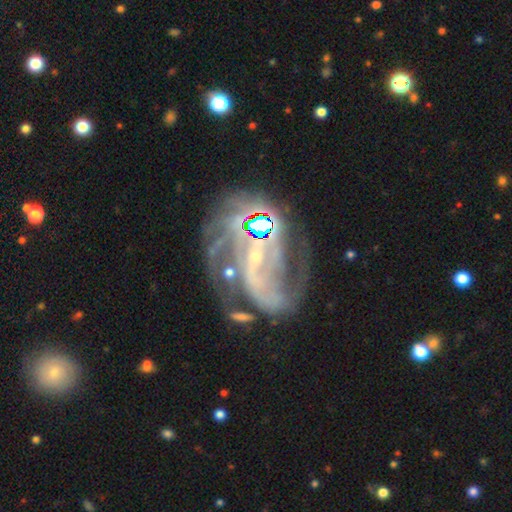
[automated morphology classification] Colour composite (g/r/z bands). It shows a featured or disk galaxy (85%) with a strong bar (41%), 2 (59%) medium (46%) spiral arms (92%) and a small central bulge (70%). Merging: none (48%).